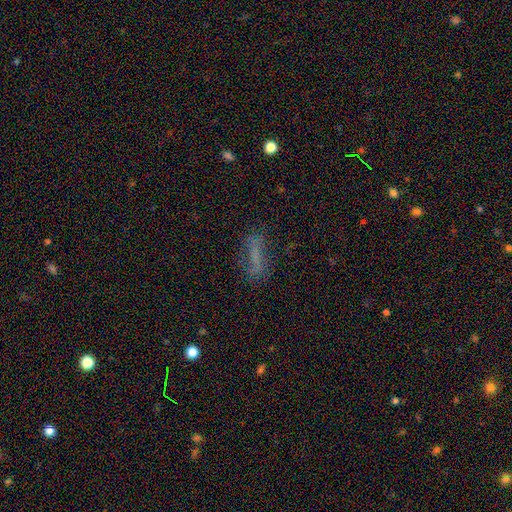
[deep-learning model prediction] Morphology: type=smooth (53%); roundness=cigar-shaped (61%); merging=none (65%).